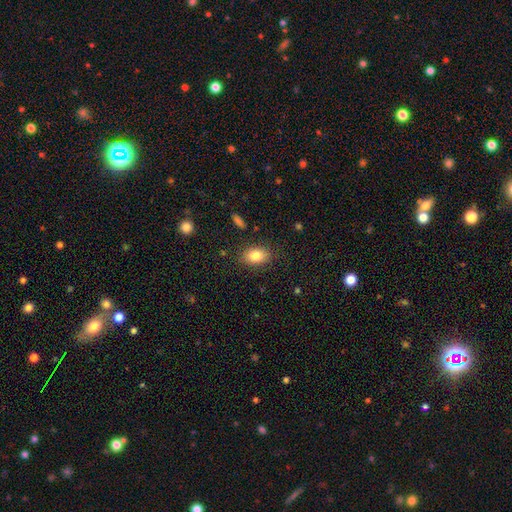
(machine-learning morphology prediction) A smooth galaxy with no disk features (82%) that is in between round and cigar-shaped (83%).

Vote fractions:
- Smooth or featured? smooth: 82% / featured or disk: 10% / star or artifact: 8%
- How rounded? in between: 83% / round: 15% / cigar-shaped: 2%
- Merging? none: 84% / minor disturbance: 11% / major disturbance: 3% / merger: 2%